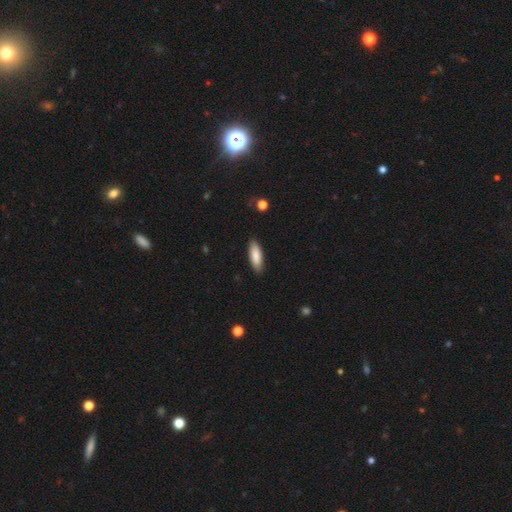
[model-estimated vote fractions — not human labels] A smooth galaxy with no disk features (85%) that is in between round and cigar-shaped (62%). Merging: none (88%).